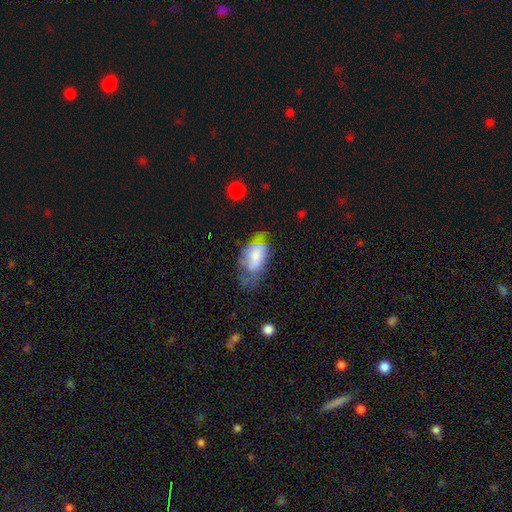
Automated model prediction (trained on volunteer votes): smooth_or_featured: smooth (p=0.60) [alt: featured or disk p=0.32]
how_rounded: in between (p=0.92) [alt: round p=0.04]
merging: none (p=0.35) [alt: minor disturbance p=0.33]